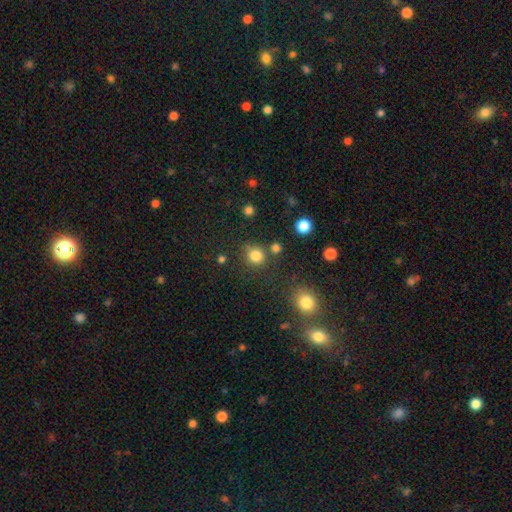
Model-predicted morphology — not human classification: Q: Smooth or featured?
A: smooth (81%); runner-up: star or artifact (15%)
Q: How rounded?
A: round (89%); runner-up: in between (10%)
Q: Merging?
A: none (76%); runner-up: minor disturbance (11%)